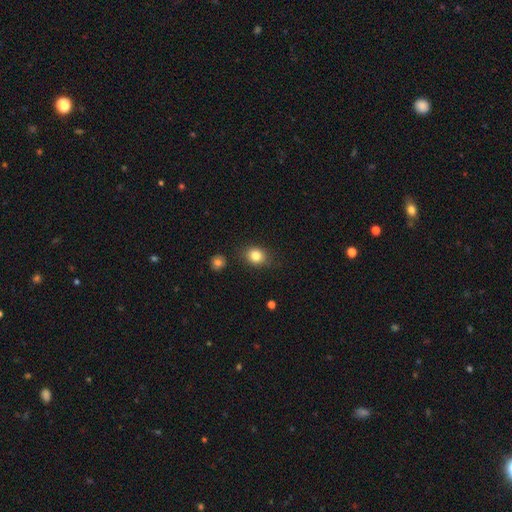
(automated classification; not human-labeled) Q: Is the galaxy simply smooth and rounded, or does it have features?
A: smooth — 83%.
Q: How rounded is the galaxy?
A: round — 55%.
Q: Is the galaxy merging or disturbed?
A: none — 81%.